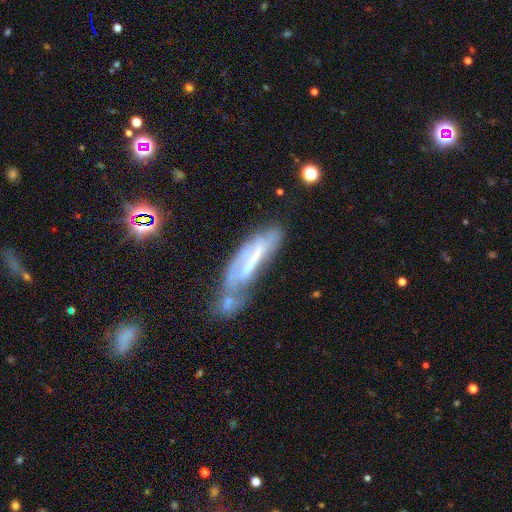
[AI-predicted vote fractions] This appears to be a featured or disk galaxy (59%). Merging: merger (30%, tied with none).